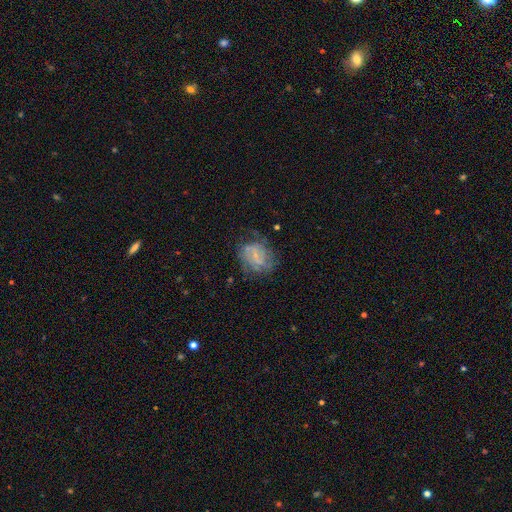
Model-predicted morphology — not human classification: Smooth or featured? Predicted: featured or disk (p=0.61). Edge-on disk? Predicted: no (p=0.97). Bar? Predicted: no (p=0.46). Spiral arms? Predicted: yes (p=0.71). Bulge size? Predicted: small (p=0.62). Merging? Predicted: none (p=0.60).